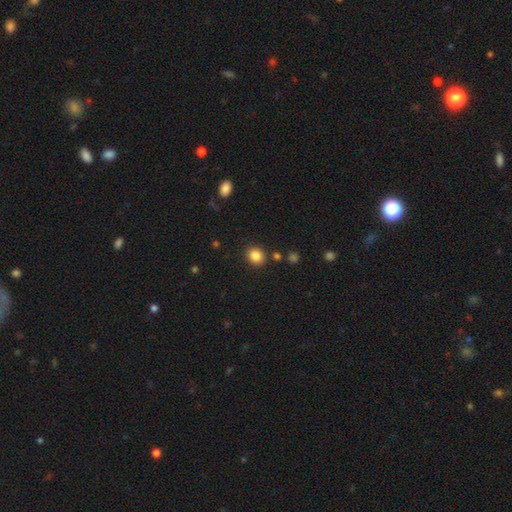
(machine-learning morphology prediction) smooth_or_featured: smooth (p=0.85) [alt: star or artifact p=0.11]
how_rounded: round (p=0.69) [alt: in between p=0.30]
merging: none (p=0.87) [alt: minor disturbance p=0.07]